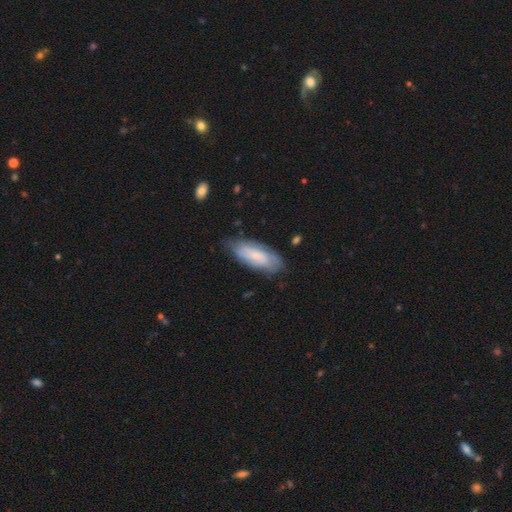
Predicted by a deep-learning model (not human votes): smooth_or_featured: smooth (p=0.61) [alt: featured or disk p=0.33]
how_rounded: in between (p=0.75) [alt: cigar-shaped p=0.23]
merging: none (p=0.69) [alt: minor disturbance p=0.24]